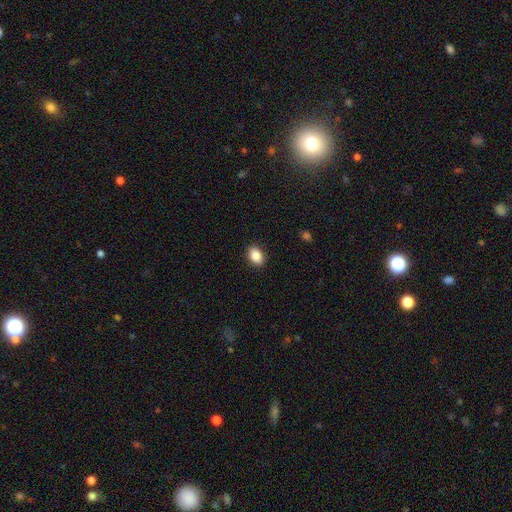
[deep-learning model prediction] Q: Smooth or featured?
A: smooth (87%); runner-up: star or artifact (8%)
Q: How rounded?
A: in between (83%); runner-up: round (16%)
Q: Merging?
A: none (90%); runner-up: minor disturbance (7%)